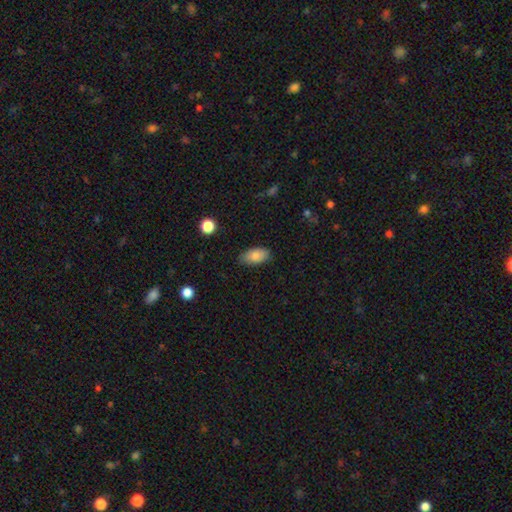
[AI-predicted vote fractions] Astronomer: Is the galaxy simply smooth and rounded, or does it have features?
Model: smooth — 84%.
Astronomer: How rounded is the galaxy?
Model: in between — 93%.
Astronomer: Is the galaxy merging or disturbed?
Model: none — 81%.